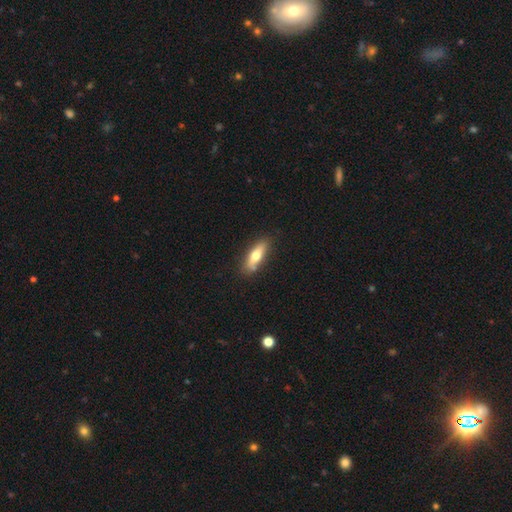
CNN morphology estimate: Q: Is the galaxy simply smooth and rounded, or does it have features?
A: smooth — 63%.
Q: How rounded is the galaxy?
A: cigar-shaped — 51%.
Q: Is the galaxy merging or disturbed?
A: none — 81%.